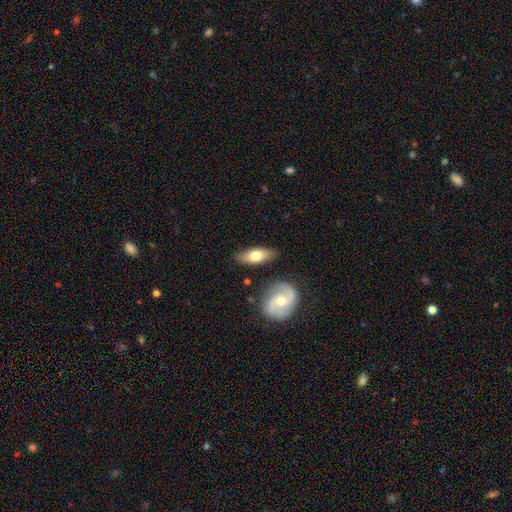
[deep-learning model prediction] Smooth or featured?
  - smooth: 62% *
  - featured or disk: 33%
  - star or artifact: 5%
How rounded?
  - in between: 76% *
  - cigar-shaped: 21%
  - round: 4%
Merging?
  - none: 81% *
  - minor disturbance: 12%
  - merger: 5%
  - major disturbance: 2%